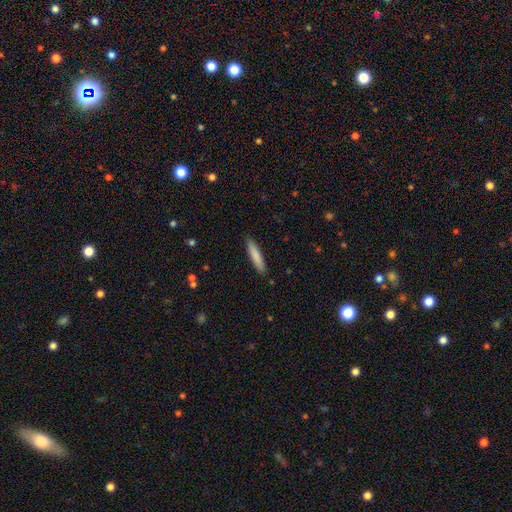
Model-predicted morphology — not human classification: Smooth or featured? Predicted: smooth (p=0.82). How rounded? Predicted: cigar-shaped (p=0.87). Merging? Predicted: none (p=0.90).